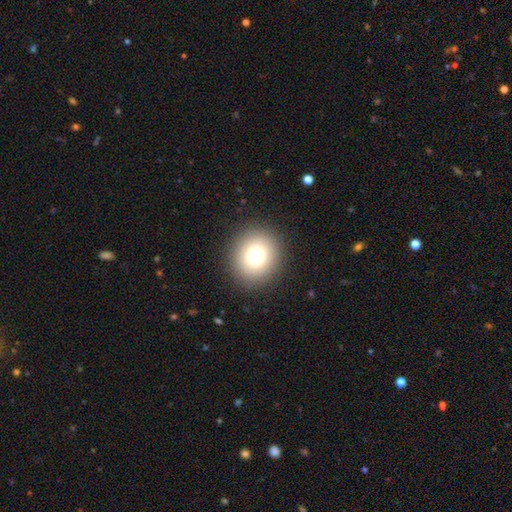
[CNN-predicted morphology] Smooth or featured: smooth — 74% (star or artifact — 16%)
How rounded: round — 86% (in between — 14%)
Merging: none — 90% (minor disturbance — 6%)